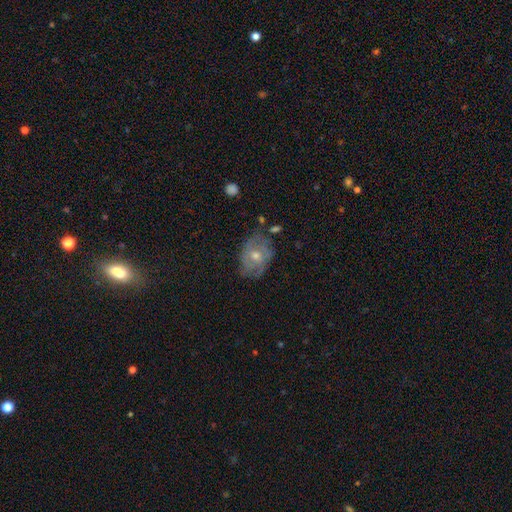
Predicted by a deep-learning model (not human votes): A featured or disk galaxy (64%) with no bar (76%), spiral arms (75%) and a moderate central bulge (58%). Merging: none (66%).